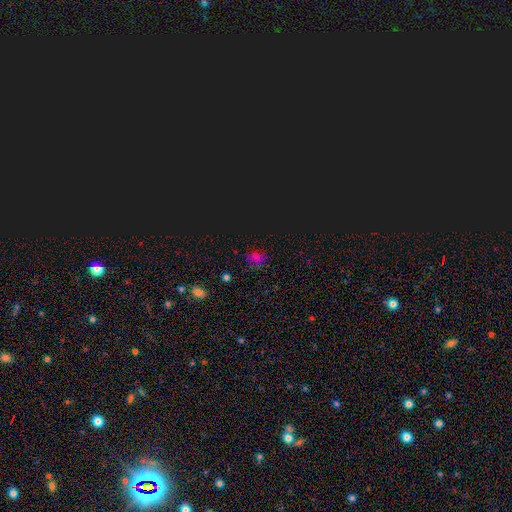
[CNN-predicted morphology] star or artifact 48%, smooth 45%, featured or disk 7%.